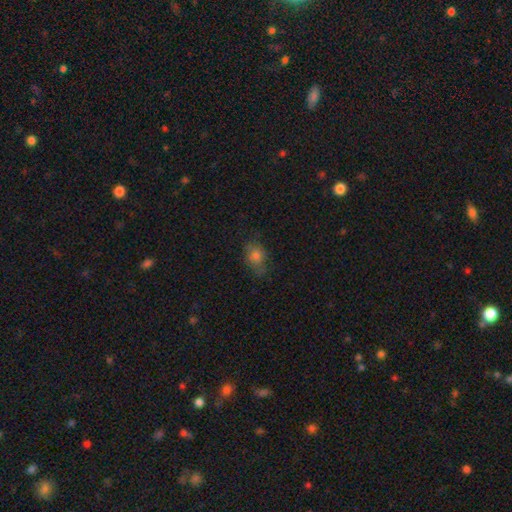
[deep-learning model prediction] Morphology: type=smooth (72%); roundness=in between (60%); merging=none (65%).